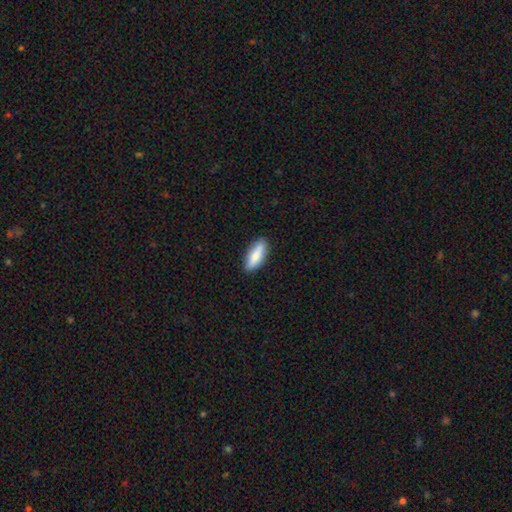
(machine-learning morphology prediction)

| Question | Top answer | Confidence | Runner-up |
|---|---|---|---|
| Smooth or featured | smooth | 80% | featured or disk (14%) |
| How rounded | in between | 59% | cigar-shaped (39%) |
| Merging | none | 88% | minor disturbance (9%) |